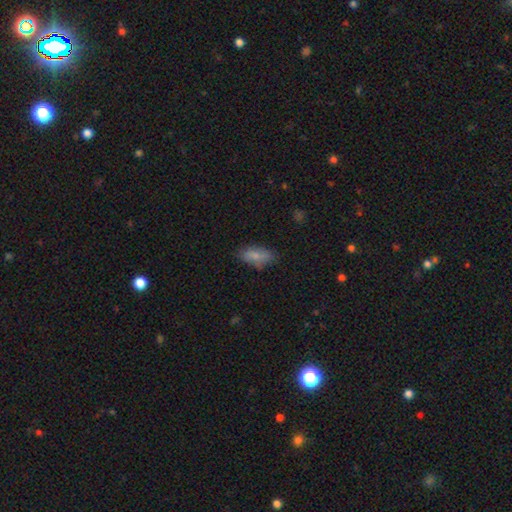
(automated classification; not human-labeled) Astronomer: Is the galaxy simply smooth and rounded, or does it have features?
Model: smooth — 80%.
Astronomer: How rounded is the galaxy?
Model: in between — 87%.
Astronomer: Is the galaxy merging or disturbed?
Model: none — 71%.